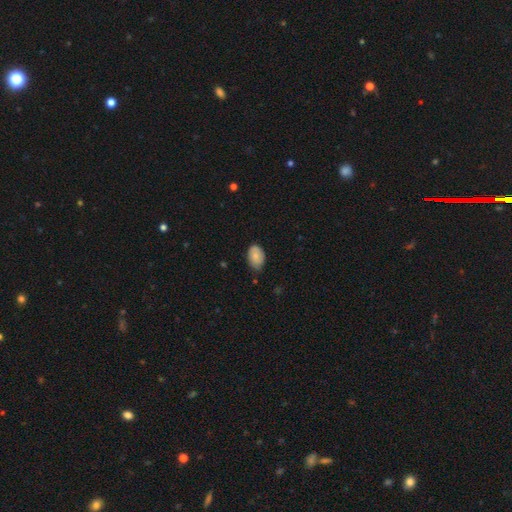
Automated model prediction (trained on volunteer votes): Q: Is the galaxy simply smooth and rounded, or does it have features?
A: smooth — 80%.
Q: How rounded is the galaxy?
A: in between — 88%.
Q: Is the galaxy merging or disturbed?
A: none — 66%.